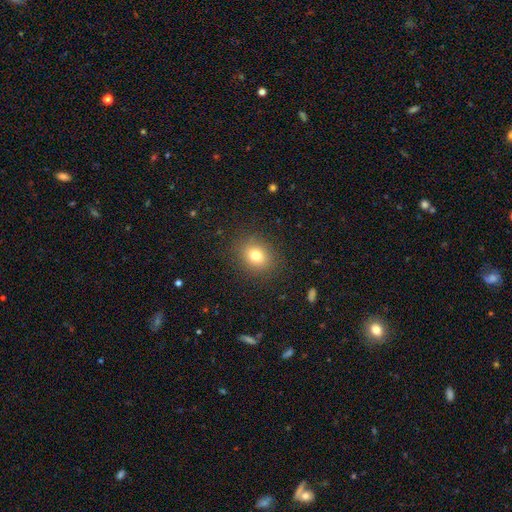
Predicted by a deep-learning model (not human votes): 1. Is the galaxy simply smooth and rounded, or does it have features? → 78% smooth, 12% star or artifact, 9% featured or disk.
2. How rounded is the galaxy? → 55% round, 44% in between, 1% cigar-shaped.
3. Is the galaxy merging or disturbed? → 87% none, 9% minor disturbance, 3% major disturbance, 1% merger.